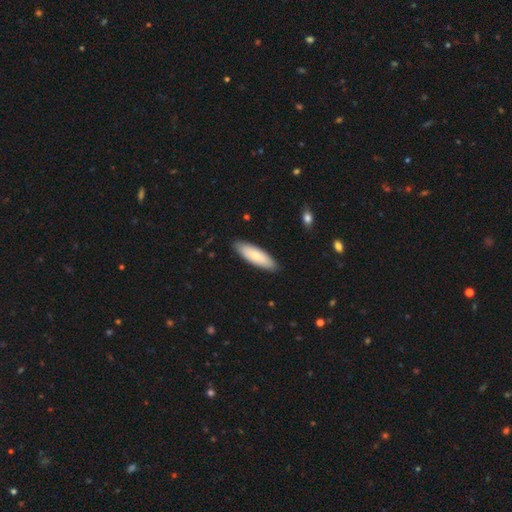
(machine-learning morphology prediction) smooth_or_featured: smooth (p=0.75) [alt: featured or disk p=0.20]
how_rounded: in between (p=0.56) [alt: cigar-shaped p=0.42]
merging: none (p=0.88) [alt: minor disturbance p=0.10]